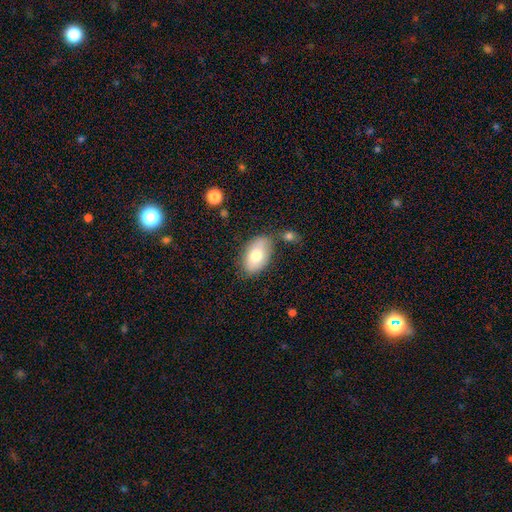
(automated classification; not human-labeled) smooth_or_featured: smooth (p=0.73) [alt: featured or disk p=0.20]
how_rounded: in between (p=0.92) [alt: round p=0.07]
merging: none (p=0.71) [alt: minor disturbance p=0.16]